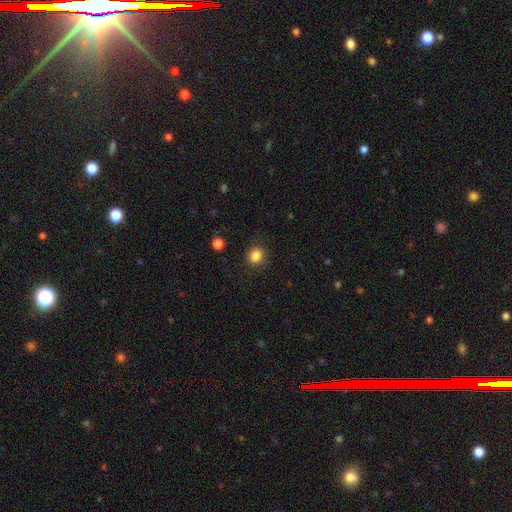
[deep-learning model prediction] This appears to be a smooth galaxy with no disk features (85%) that is round (77%). Merging: none (89%).